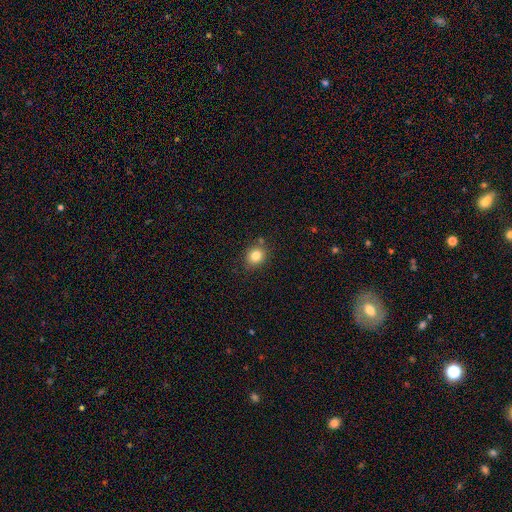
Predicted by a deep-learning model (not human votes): This appears to be a smooth galaxy with no disk features (83%) that is round (74%). Merging: none (81%).